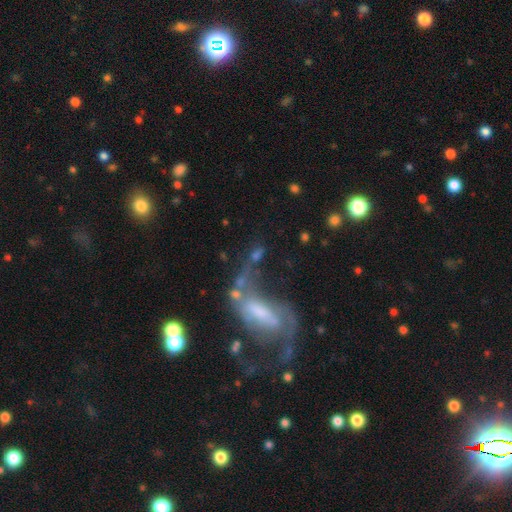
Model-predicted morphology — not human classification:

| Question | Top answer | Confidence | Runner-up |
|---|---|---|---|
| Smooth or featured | featured or disk | 77% | star or artifact (13%) |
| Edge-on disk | no | 94% | yes (6%) |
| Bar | weak | 46% | strong (31%) |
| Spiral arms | yes | 91% | no (9%) |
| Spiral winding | loose | 53% | medium (36%) |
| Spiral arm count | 2 | 80% | can't tell (8%) |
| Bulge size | small | 42% | moderate (32%) |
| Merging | none | 48% | major disturbance (26%) |